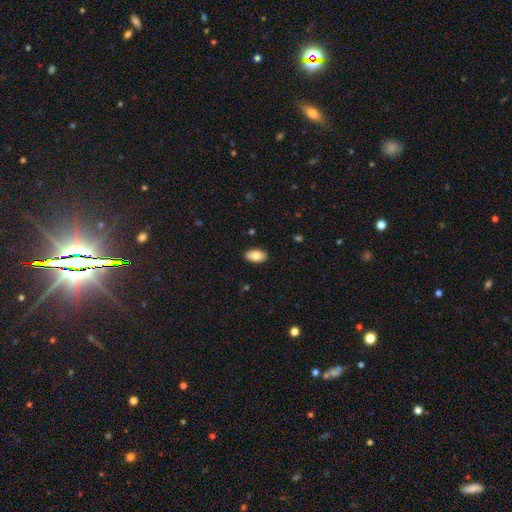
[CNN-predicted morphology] Overall: smooth (81%). How rounded: in between (94%). Merging: none (89%).